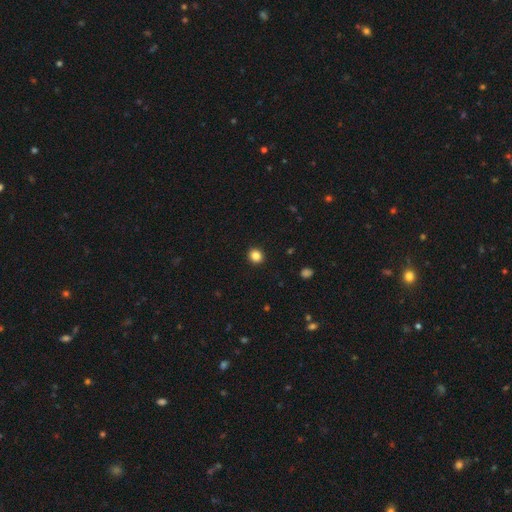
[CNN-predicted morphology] A smooth galaxy with no disk features (84%) that is round (88%).

Vote fractions:
- Smooth or featured? smooth: 84% / star or artifact: 11% / featured or disk: 4%
- How rounded? round: 88% / in between: 11% / cigar-shaped: 1%
- Merging? none: 93% / minor disturbance: 5% / major disturbance: 2% / merger: 1%